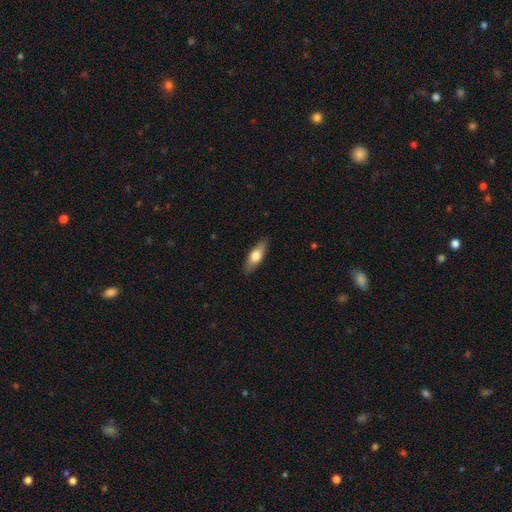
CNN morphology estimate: This appears to be a smooth galaxy with no disk features (63%) that is in between round and cigar-shaped (57%). Merging: none (88%).